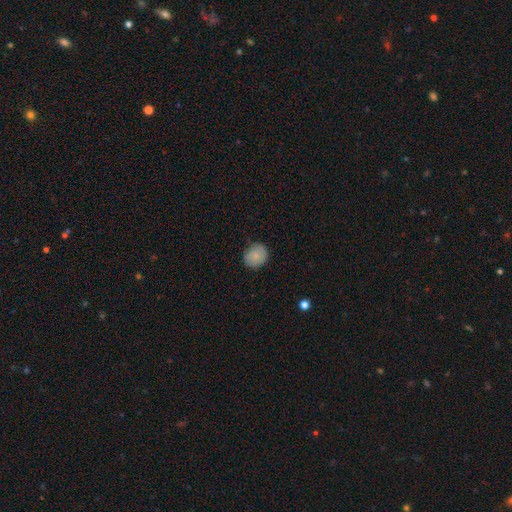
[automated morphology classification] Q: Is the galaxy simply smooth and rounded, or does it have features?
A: smooth — 81%.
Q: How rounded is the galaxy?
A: round — 70%.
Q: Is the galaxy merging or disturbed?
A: none — 78%.